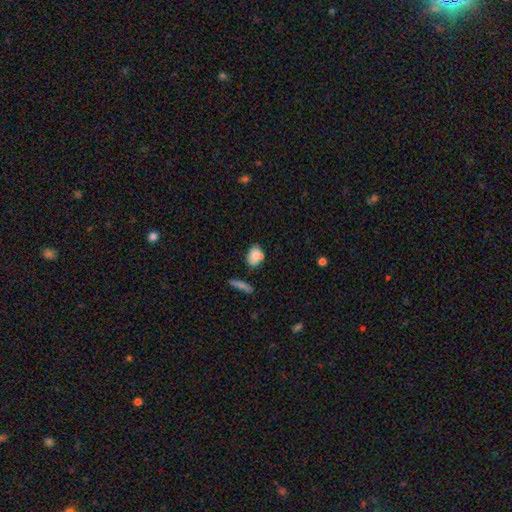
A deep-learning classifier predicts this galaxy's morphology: A smooth galaxy with no disk features (81%) that is in between round and cigar-shaped (73%).

Vote fractions:
- Smooth or featured? smooth: 81% / featured or disk: 10% / star or artifact: 9%
- How rounded? in between: 73% / round: 24% / cigar-shaped: 3%
- Merging? none: 63% / minor disturbance: 20% / merger: 13% / major disturbance: 5%